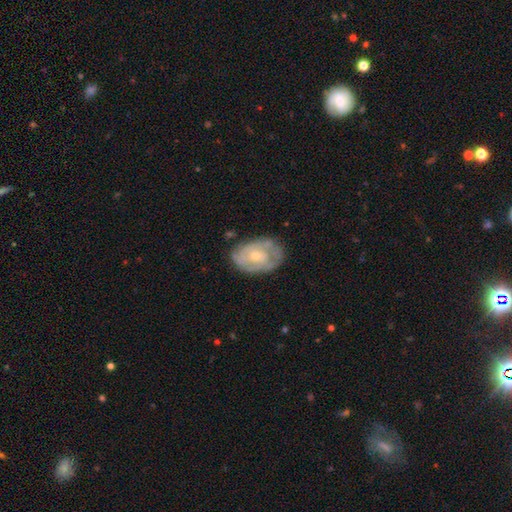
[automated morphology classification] smooth_or_featured: featured or disk (p=0.72) [alt: smooth p=0.23]
disk_edge_on: no (p=0.96) [alt: yes p=0.04]
bar: no (p=0.75) [alt: weak p=0.21]
has_spiral_arms: yes (p=0.79) [alt: no p=0.21]
spiral_winding: tight (p=0.61) [alt: medium p=0.30]
spiral_arm_count: can't tell (p=0.46) [alt: 2 p=0.28]
bulge_size: small (p=0.54) [alt: moderate p=0.42]
merging: none (p=0.65) [alt: minor disturbance p=0.25]